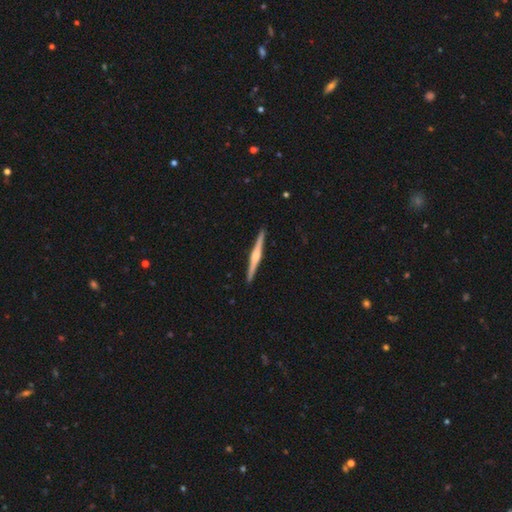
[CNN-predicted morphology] smooth_or_featured: featured or disk (p=0.77) [alt: smooth p=0.18]
disk_edge_on: yes (p=0.99) [alt: no p=0.01]
edge_on_bulge: rounded (p=0.76) [alt: boxy p=0.16]
merging: none (p=0.93) [alt: minor disturbance p=0.05]